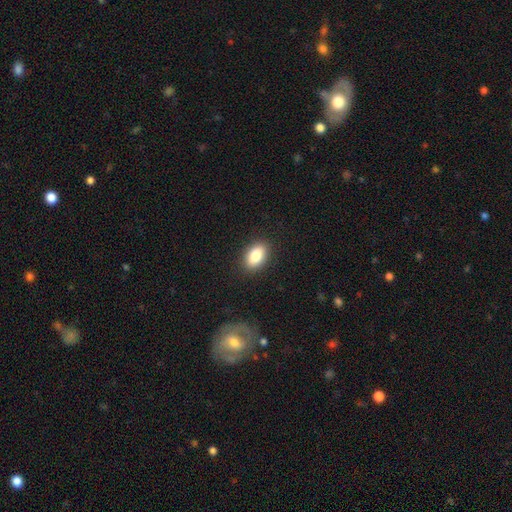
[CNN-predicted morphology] This appears to be a smooth galaxy with no disk features (85%) that is in between round and cigar-shaped (89%). Merging: none (89%).